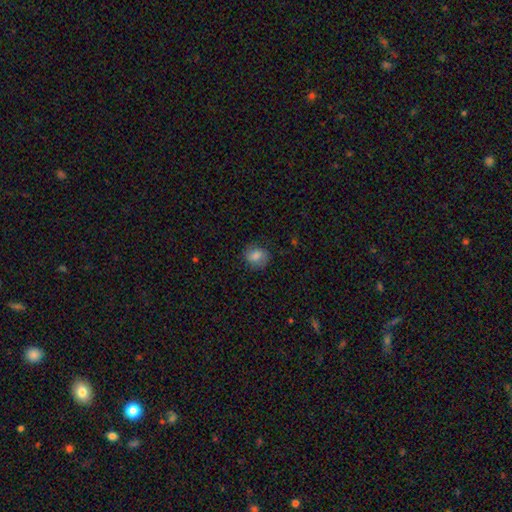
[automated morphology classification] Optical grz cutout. It shows a smooth galaxy with no disk features (77%) that is round (65%). Merging: none (78%).